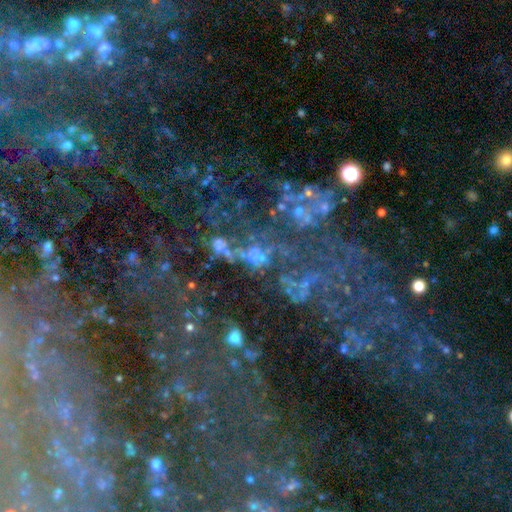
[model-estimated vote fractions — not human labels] This is marginally a star or artifact rather than a galaxy (43%).